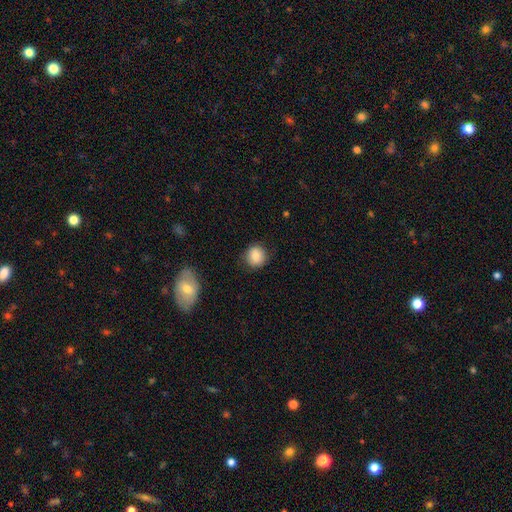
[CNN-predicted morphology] A smooth galaxy with no disk features (83%) that is round (87%). Merging: none (85%).